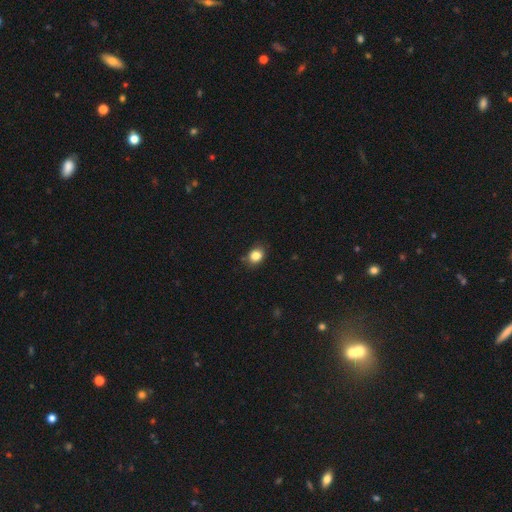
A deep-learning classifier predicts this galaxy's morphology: Smooth or featured? smooth (84%)
How rounded? round (56%)
Merging? none (83%)